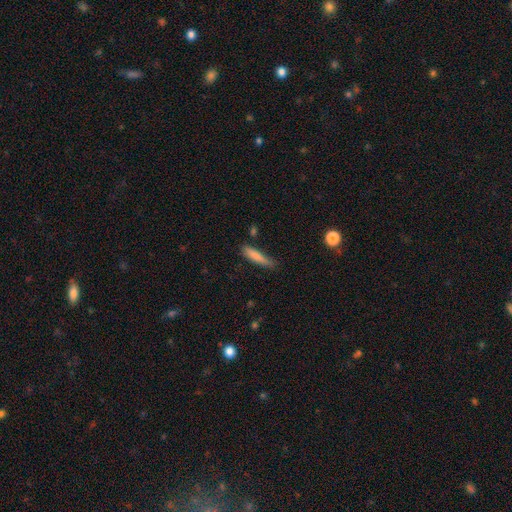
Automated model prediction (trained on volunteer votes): Q: Smooth or featured?
A: smooth (81%); runner-up: featured or disk (13%)
Q: How rounded?
A: cigar-shaped (82%); runner-up: in between (17%)
Q: Merging?
A: none (61%); runner-up: minor disturbance (29%)